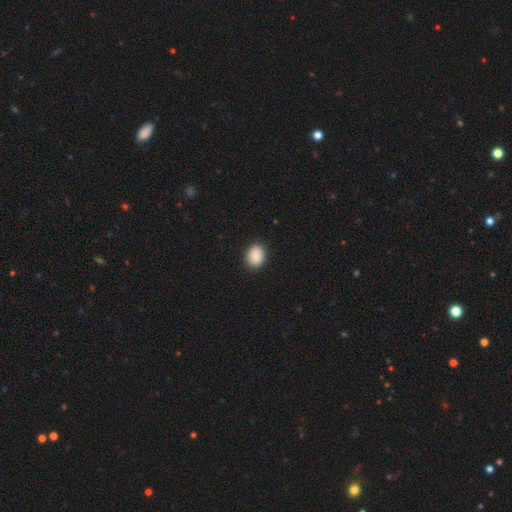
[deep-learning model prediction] The model was most divided on "how rounded": in between: 58%, round: 41%, cigar-shaped: 1%. More confident: smooth or featured — smooth (90%); merging — none (88%).